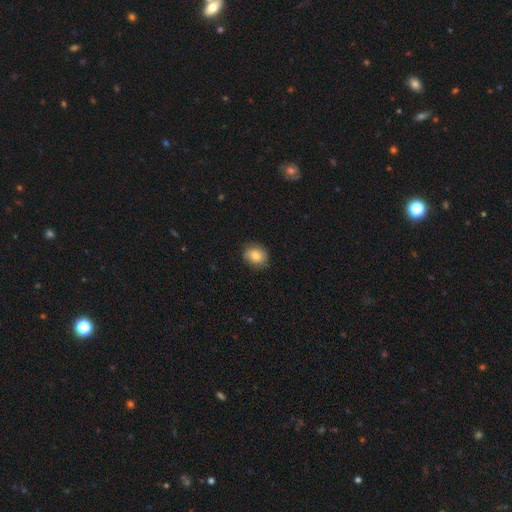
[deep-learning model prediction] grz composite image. It shows a smooth galaxy with no disk features (81%) that is round (57%). Merging: none (80%).